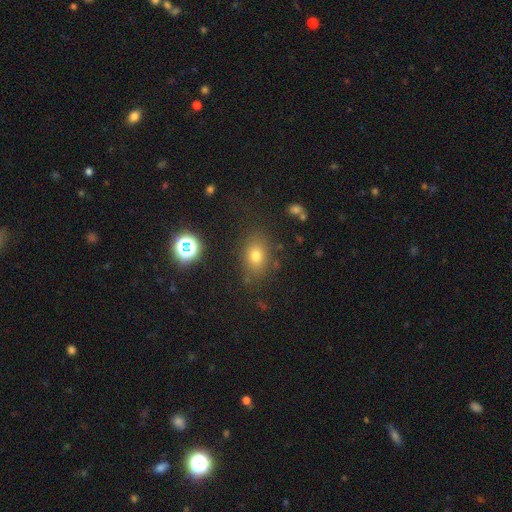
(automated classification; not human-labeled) This is likely a smooth galaxy (71%). How rounded: likely in between (65%). Merging: likely none (80%).